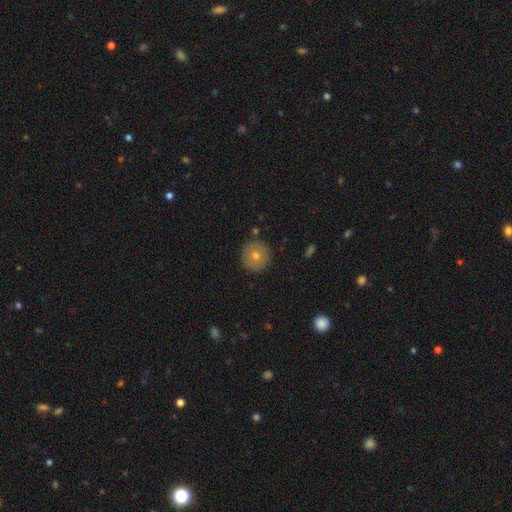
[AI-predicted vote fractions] Morphology: type=smooth (67%); roundness=round (95%); merging=none (90%).